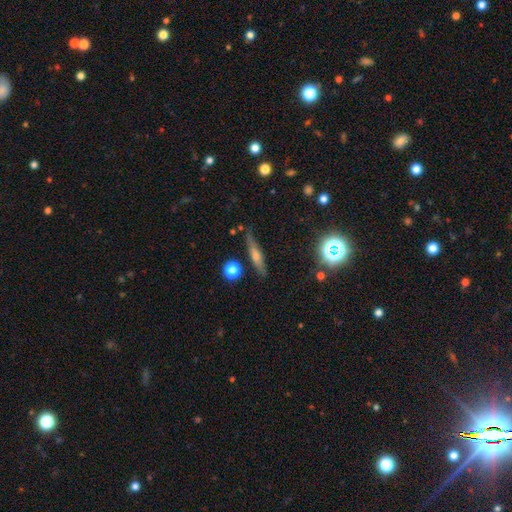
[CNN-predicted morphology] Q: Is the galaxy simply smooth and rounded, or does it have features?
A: featured or disk — 47%.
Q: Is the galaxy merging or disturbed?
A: none — 84%.